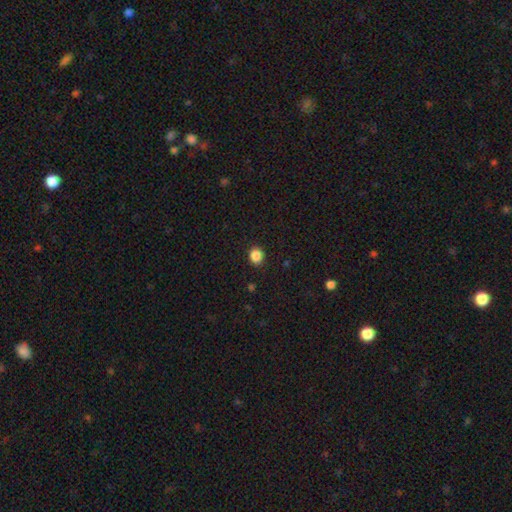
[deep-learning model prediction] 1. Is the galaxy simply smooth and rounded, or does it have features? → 87% smooth, 10% star or artifact, 3% featured or disk.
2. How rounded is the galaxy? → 77% round, 22% in between, 1% cigar-shaped.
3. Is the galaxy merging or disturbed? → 90% none, 7% minor disturbance, 2% major disturbance, 1% merger.